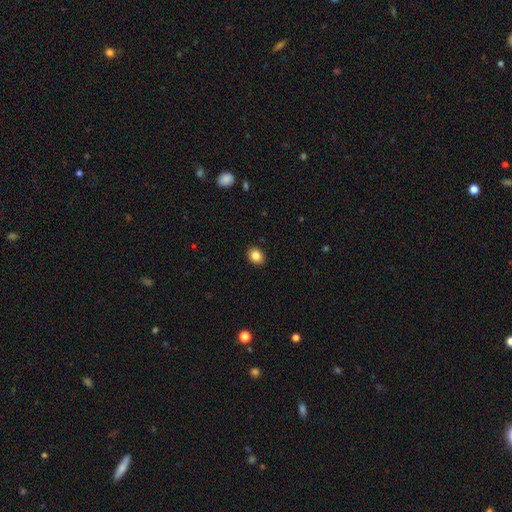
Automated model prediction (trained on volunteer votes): Q: Smooth or featured?
A: smooth (84%); runner-up: star or artifact (10%)
Q: How rounded?
A: round (51%); runner-up: in between (48%)
Q: Merging?
A: none (91%); runner-up: minor disturbance (6%)